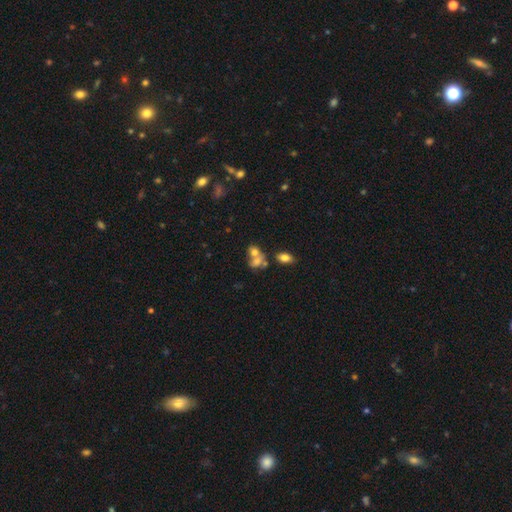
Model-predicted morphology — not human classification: Smooth or featured? Predicted: smooth (p=0.64). How rounded? Predicted: in between (p=0.63). Merging? Predicted: merger (p=0.57).